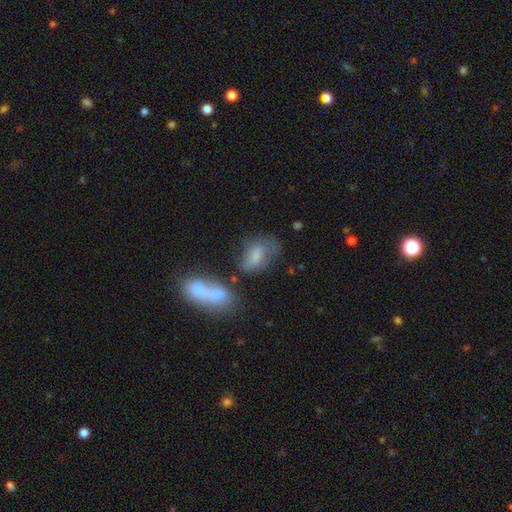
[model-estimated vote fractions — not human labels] smooth-or-featured: smooth: 68% | featured or disk: 22% | star or artifact: 11%
  how-rounded: in between: 87% | round: 9% | cigar-shaped: 4%
  merging: none: 40% | minor disturbance: 24% | merger: 19% | major disturbance: 17%